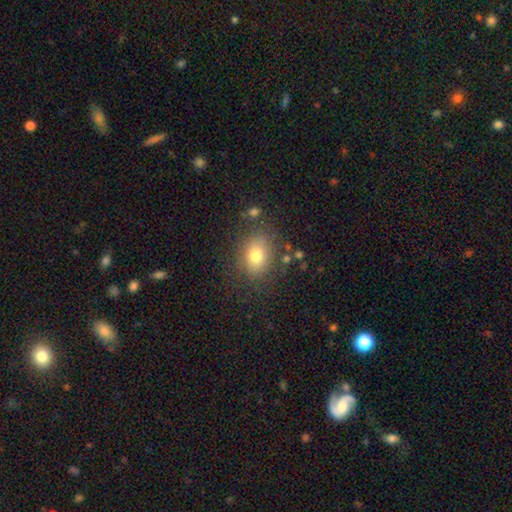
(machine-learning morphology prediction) The model was most divided on "how rounded": in between: 58%, round: 41%, cigar-shaped: 1%. More confident: merging — none (78%); smooth or featured — smooth (74%).